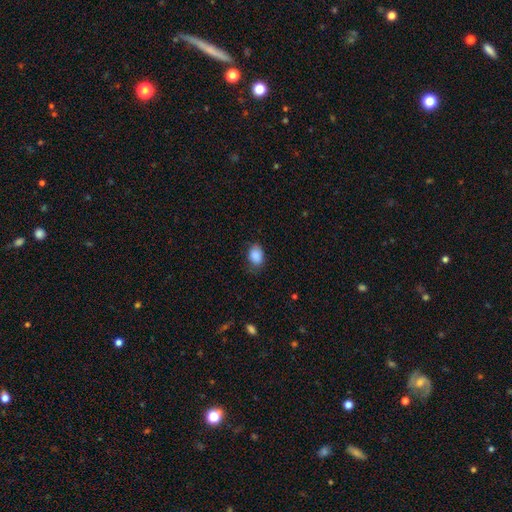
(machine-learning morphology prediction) A smooth galaxy with no disk features (87%) that is in between round and cigar-shaped (75%).

Vote fractions:
- Smooth or featured? smooth: 87% / star or artifact: 8% / featured or disk: 5%
- How rounded? in between: 75% / round: 24% / cigar-shaped: 1%
- Merging? none: 68% / minor disturbance: 25% / major disturbance: 6% / merger: 1%